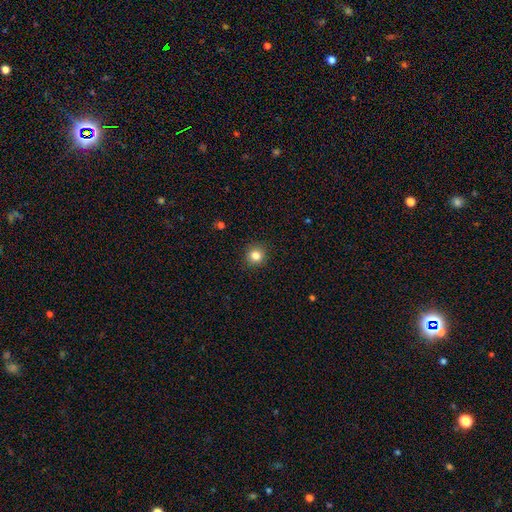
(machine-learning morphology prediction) This is clearly a smooth galaxy (83%). How rounded: clearly round (91%). Merging: clearly none (91%).